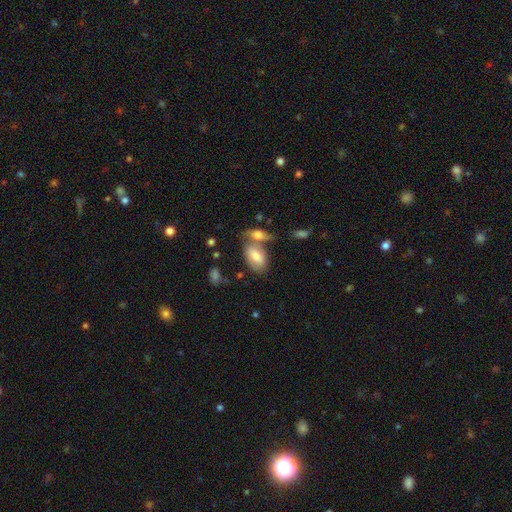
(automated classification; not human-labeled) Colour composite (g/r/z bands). It shows a smooth galaxy with no disk features (72%) that is in between round and cigar-shaped (92%). Merging: none (41%).